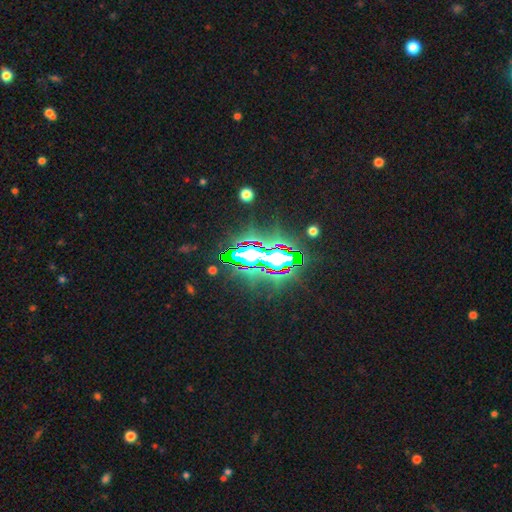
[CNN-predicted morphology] Smooth or featured? star or artifact (76%)